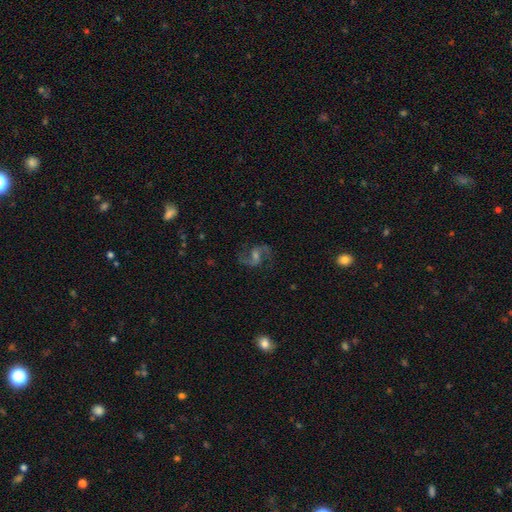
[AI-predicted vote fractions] Overall: featured or disk (86%). Edge-on disk: no (98%). Bar: weak (49%; no 34%). Spiral arms: yes (97%). Spiral arm count: 2 (93%). Spiral winding: medium (48%; loose 44%). Bulge size: moderate (47%; small 39%). Merging: none (81%).